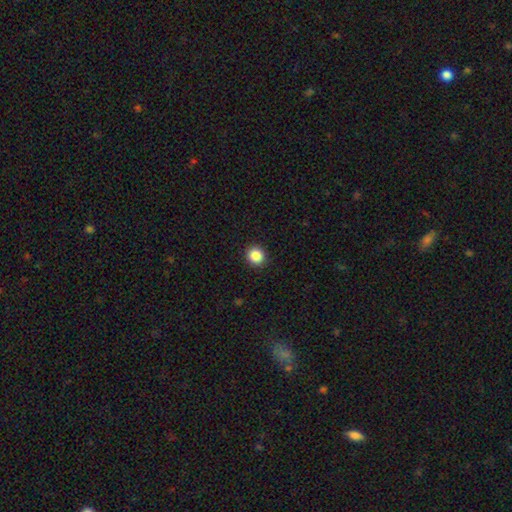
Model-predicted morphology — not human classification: Smooth or featured?
  - smooth: 86% *
  - star or artifact: 10%
  - featured or disk: 3%
How rounded?
  - round: 90% *
  - in between: 9%
  - cigar-shaped: 1%
Merging?
  - none: 92% *
  - minor disturbance: 5%
  - major disturbance: 2%
  - merger: 1%